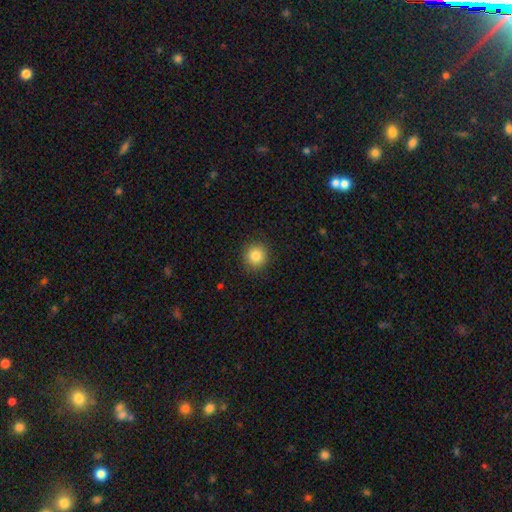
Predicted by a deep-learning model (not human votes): smooth_or_featured: smooth (p=0.84) [alt: star or artifact p=0.10]
how_rounded: round (p=0.93) [alt: in between p=0.07]
merging: none (p=0.91) [alt: minor disturbance p=0.07]